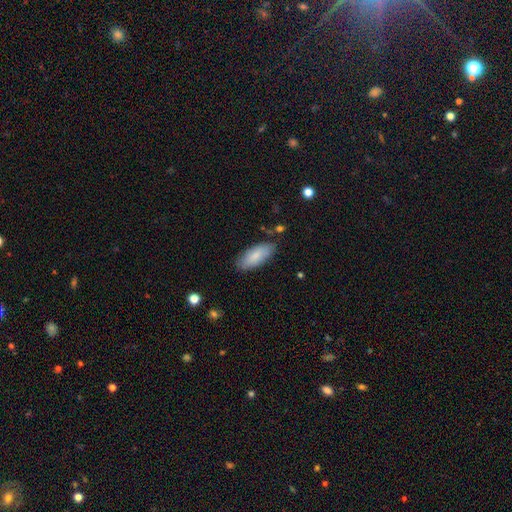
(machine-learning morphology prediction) smooth 84%, featured or disk 10%, star or artifact 6%. Down the decision tree: how rounded — in between (83%); merging — none (82%).